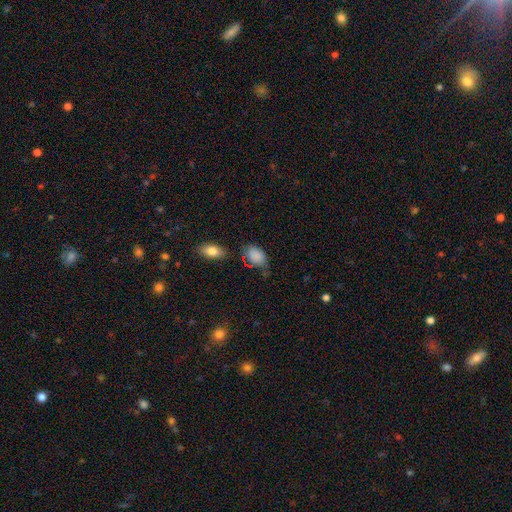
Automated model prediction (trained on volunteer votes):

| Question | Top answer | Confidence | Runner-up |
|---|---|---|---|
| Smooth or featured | smooth | 85% | star or artifact (9%) |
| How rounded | in between | 84% | round (15%) |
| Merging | none | 55% | minor disturbance (31%) |